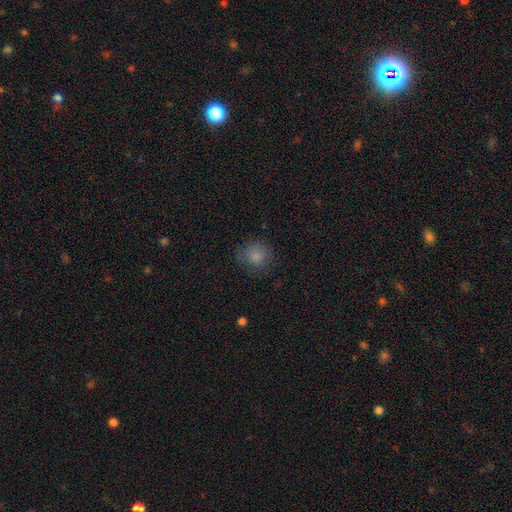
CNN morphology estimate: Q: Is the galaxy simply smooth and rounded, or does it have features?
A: smooth — 83%.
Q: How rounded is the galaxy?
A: round — 88%.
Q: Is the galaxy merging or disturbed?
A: none — 78%.